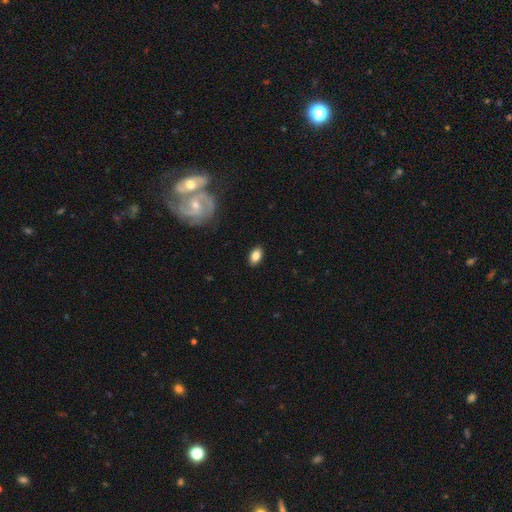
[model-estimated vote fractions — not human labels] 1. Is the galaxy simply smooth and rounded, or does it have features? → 83% smooth, 9% featured or disk, 8% star or artifact.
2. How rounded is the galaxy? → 90% in between, 8% round, 2% cigar-shaped.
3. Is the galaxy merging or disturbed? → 88% none, 9% minor disturbance, 2% major disturbance, 1% merger.